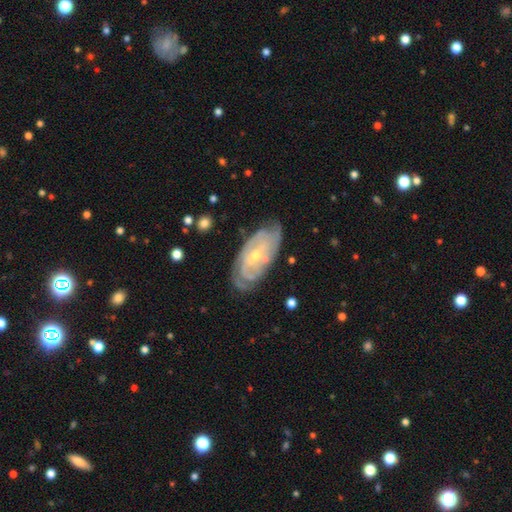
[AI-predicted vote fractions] smooth_or_featured: featured or disk (p=0.84) [alt: smooth p=0.10]
disk_edge_on: no (p=0.93) [alt: yes p=0.07]
bar: no (p=0.44) [alt: weak p=0.41]
has_spiral_arms: yes (p=0.94) [alt: no p=0.06]
spiral_winding: tight (p=0.73) [alt: medium p=0.22]
spiral_arm_count: can't tell (p=0.39) [alt: 2 p=0.23]
bulge_size: small (p=0.62) [alt: moderate p=0.35]
merging: none (p=0.76) [alt: minor disturbance p=0.17]